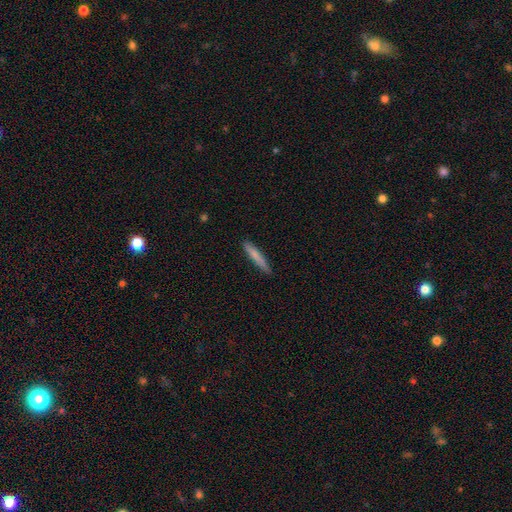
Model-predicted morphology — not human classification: Smooth or featured: smooth — 76% (featured or disk — 18%)
How rounded: cigar-shaped — 93% (in between — 5%)
Merging: none — 84% (minor disturbance — 13%)